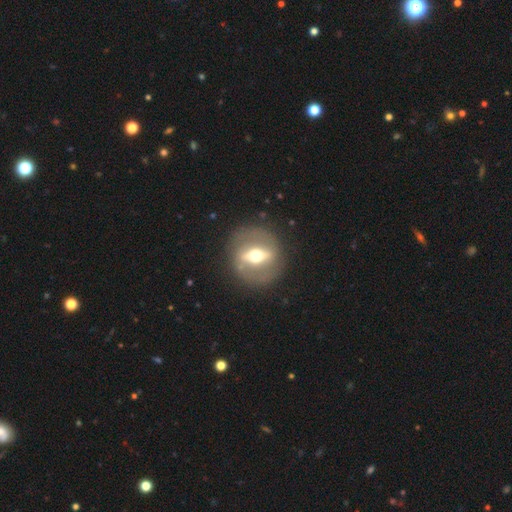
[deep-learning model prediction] featured or disk 73%, smooth 21%, star or artifact 6%. Down the decision tree: edge-on disk — no (73%); bar — strong (75%); spiral arms — no (75%); bulge size — moderate (68%); merging — none (83%).